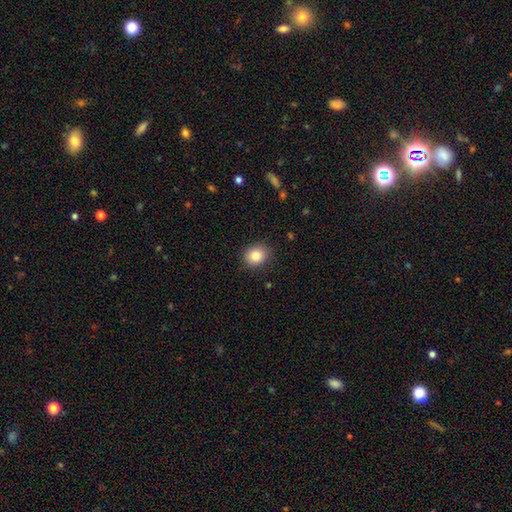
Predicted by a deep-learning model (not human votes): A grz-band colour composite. It shows a smooth galaxy with no disk features (83%) that is round (70%). Merging: none (86%).